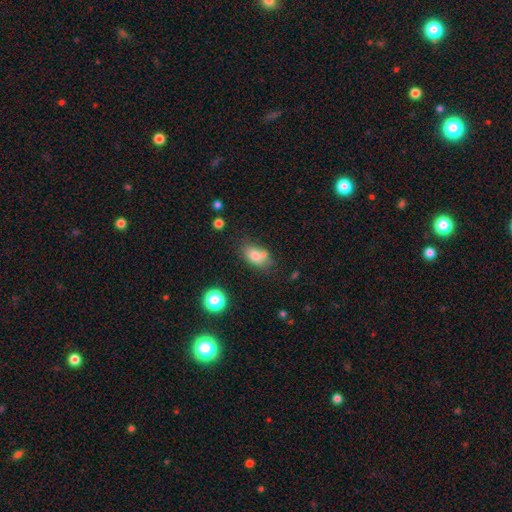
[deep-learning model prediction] Smooth or featured?
  - smooth: 75% *
  - featured or disk: 14%
  - star or artifact: 11%
How rounded?
  - in between: 80% *
  - round: 18%
  - cigar-shaped: 2%
Merging?
  - none: 50% *
  - merger: 25%
  - minor disturbance: 19%
  - major disturbance: 6%